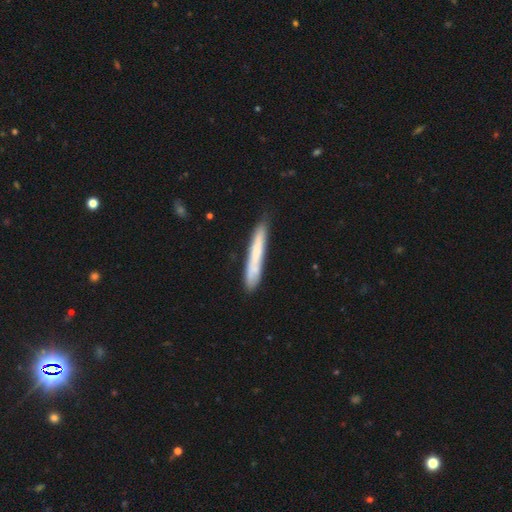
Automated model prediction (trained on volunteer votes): Overall: smooth (63%; featured or disk 31%). How rounded: cigar-shaped (95%). Merging: none (80%).